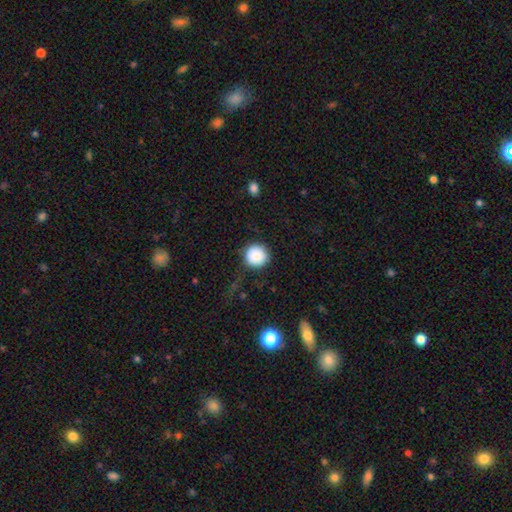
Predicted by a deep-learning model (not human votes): This appears to be a smooth galaxy with no disk features (88%) that is round (95%). Merging: none (82%).